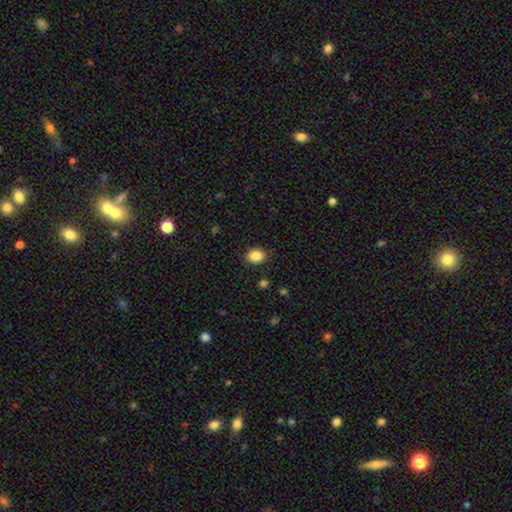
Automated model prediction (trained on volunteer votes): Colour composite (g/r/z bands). It shows a smooth galaxy with no disk features (87%) that is in between round and cigar-shaped (66%). Merging: none (87%).